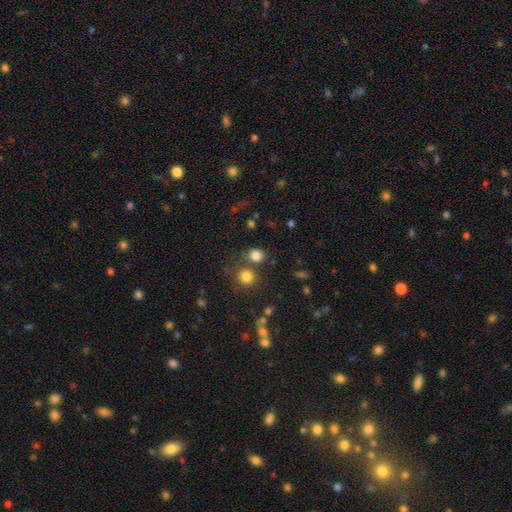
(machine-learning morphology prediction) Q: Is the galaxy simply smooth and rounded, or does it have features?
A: smooth — 81%.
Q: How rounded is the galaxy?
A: round — 81%.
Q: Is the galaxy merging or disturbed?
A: none — 71%.